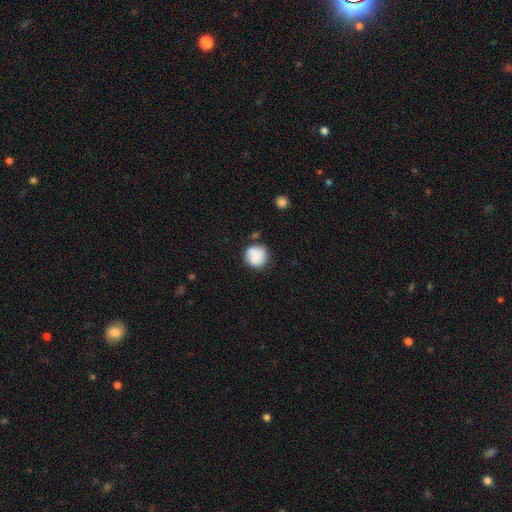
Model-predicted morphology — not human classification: Smooth or featured? Predicted: smooth (p=0.81). How rounded? Predicted: round (p=0.91). Merging? Predicted: none (p=0.67).